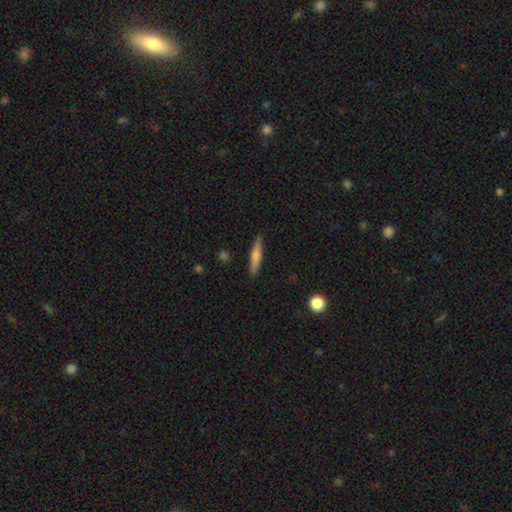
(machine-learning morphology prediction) smooth 59%, featured or disk 35%, star or artifact 7%. Down the decision tree: how rounded — cigar-shaped (88%); merging — none (89%).